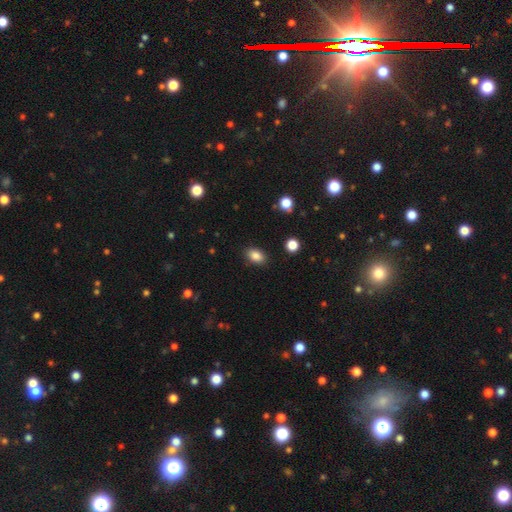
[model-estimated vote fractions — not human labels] Smooth or featured? Predicted: smooth (p=0.85). How rounded? Predicted: in between (p=0.83). Merging? Predicted: none (p=0.88).